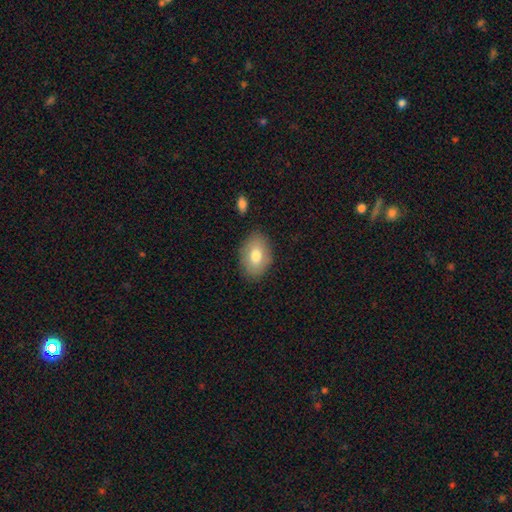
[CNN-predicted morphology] A smooth galaxy with no disk features (76%) that is in between round and cigar-shaped (83%). Merging: none (83%).